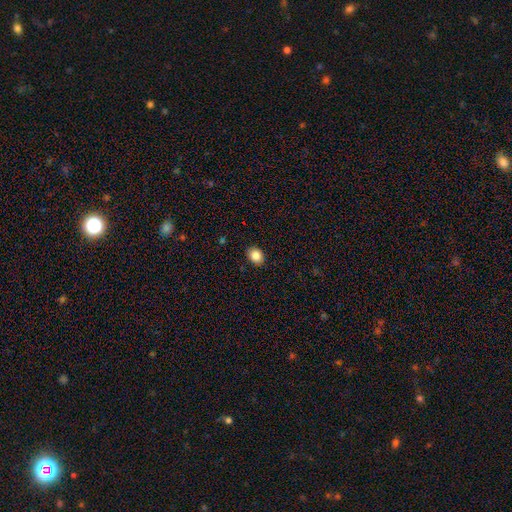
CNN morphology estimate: smooth 86%, star or artifact 9%, featured or disk 5%. Down the decision tree: how rounded — in between (52%); merging — none (89%).